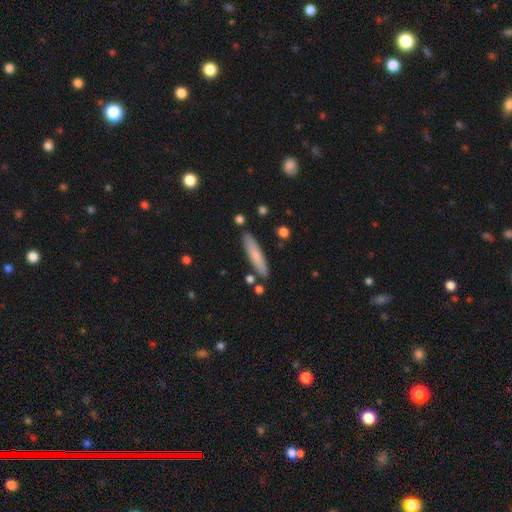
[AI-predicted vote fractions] The model was most divided on "smooth or featured": smooth: 74%, featured or disk: 20%, star or artifact: 6%. More confident: how rounded — cigar-shaped (87%); merging — none (85%).